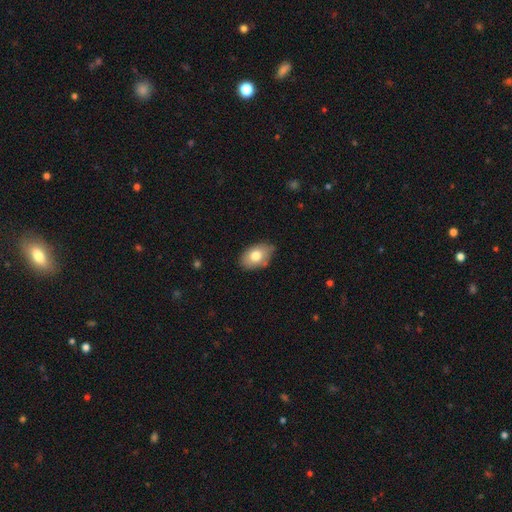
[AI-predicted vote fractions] Q: Smooth or featured?
A: smooth (76%); runner-up: featured or disk (17%)
Q: How rounded?
A: in between (89%); runner-up: round (10%)
Q: Merging?
A: none (75%); runner-up: minor disturbance (21%)